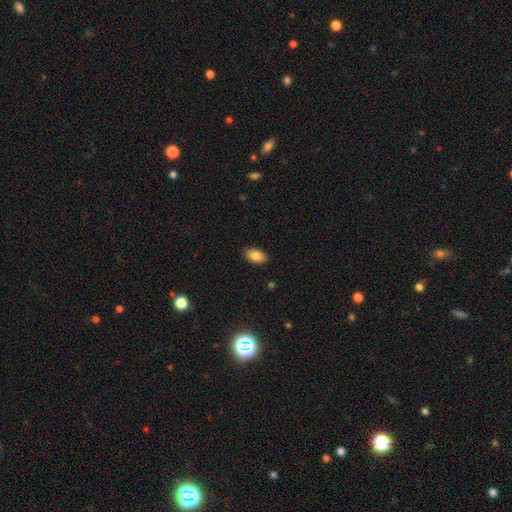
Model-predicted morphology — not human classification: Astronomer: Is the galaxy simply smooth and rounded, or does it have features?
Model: smooth — 86%.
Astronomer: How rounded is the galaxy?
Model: in between — 89%.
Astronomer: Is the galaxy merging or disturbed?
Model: none — 88%.